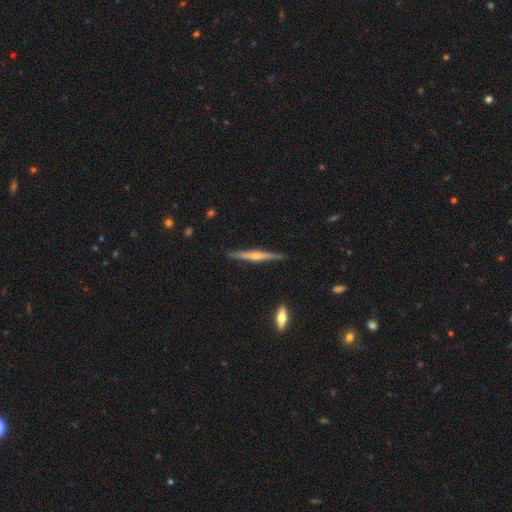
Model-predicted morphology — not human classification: Smooth or featured? featured or disk (67%)
Edge-on disk? yes (98%)
Edge-on bulge? rounded (70%)
Merging? none (88%)